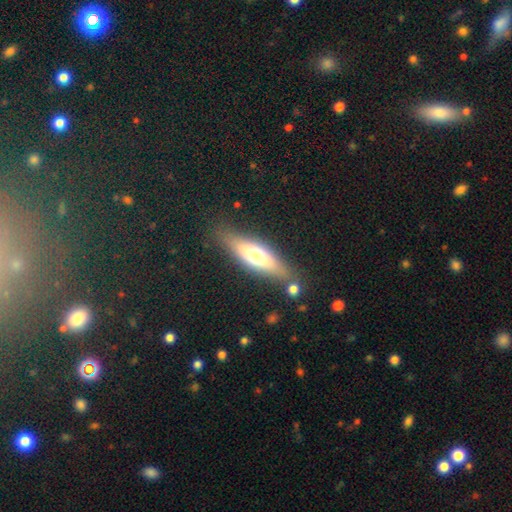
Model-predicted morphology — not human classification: A smooth galaxy with no disk features (54%) that is cigar-shaped (57%).

Vote fractions:
- Smooth or featured? smooth: 54% / featured or disk: 38% / star or artifact: 7%
- How rounded? cigar-shaped: 57% / in between: 41% / round: 2%
- Merging? none: 77% / minor disturbance: 14% / merger: 5% / major disturbance: 5%